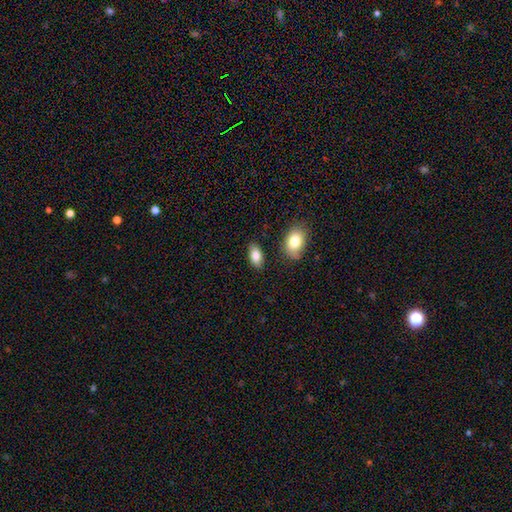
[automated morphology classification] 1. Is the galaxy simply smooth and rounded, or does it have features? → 85% smooth, 8% featured or disk, 7% star or artifact.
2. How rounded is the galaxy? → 92% in between, 4% cigar-shaped, 4% round.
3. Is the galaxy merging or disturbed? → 84% none, 10% minor disturbance, 3% merger, 2% major disturbance.